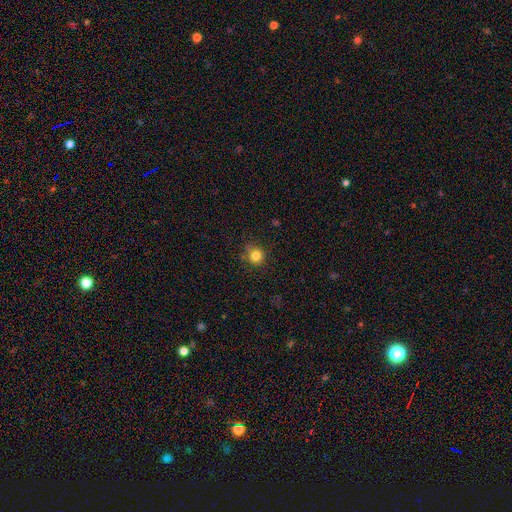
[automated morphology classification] Smooth or featured?
  - smooth: 82% *
  - star or artifact: 12%
  - featured or disk: 5%
How rounded?
  - round: 91% *
  - in between: 8%
  - cigar-shaped: 1%
Merging?
  - none: 80% *
  - minor disturbance: 14%
  - major disturbance: 3%
  - merger: 2%